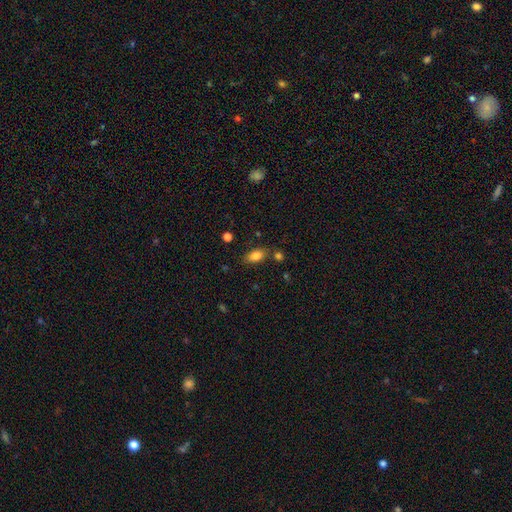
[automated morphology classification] Q: Smooth or featured?
A: smooth (83%); runner-up: star or artifact (9%)
Q: How rounded?
A: in between (88%); runner-up: round (7%)
Q: Merging?
A: none (76%); runner-up: minor disturbance (14%)